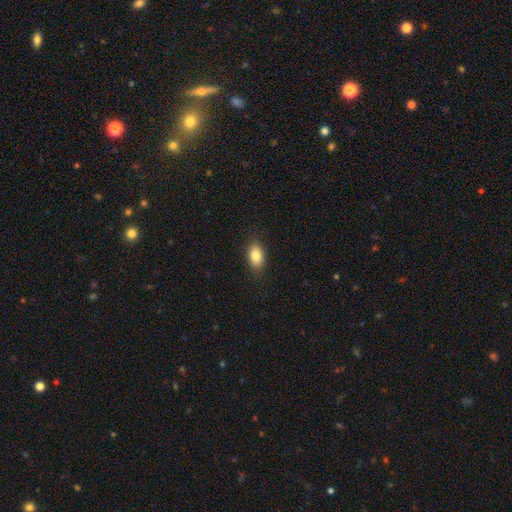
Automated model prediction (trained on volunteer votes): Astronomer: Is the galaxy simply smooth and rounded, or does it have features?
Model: smooth — 83%.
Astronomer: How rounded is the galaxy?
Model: in between — 89%.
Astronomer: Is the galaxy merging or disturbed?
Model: none — 86%.